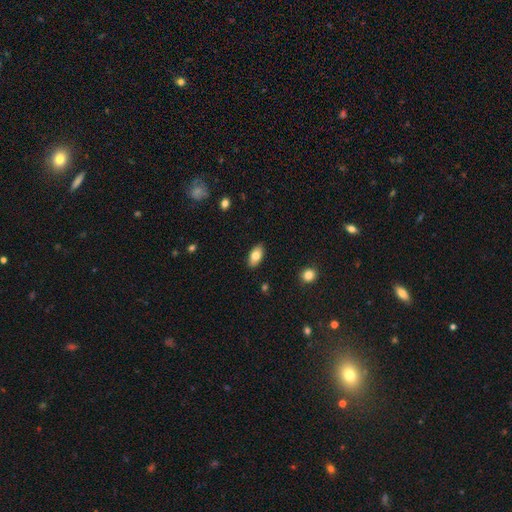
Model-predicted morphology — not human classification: This is likely a smooth galaxy (78%). How rounded: clearly in between (92%). Merging: clearly none (88%).